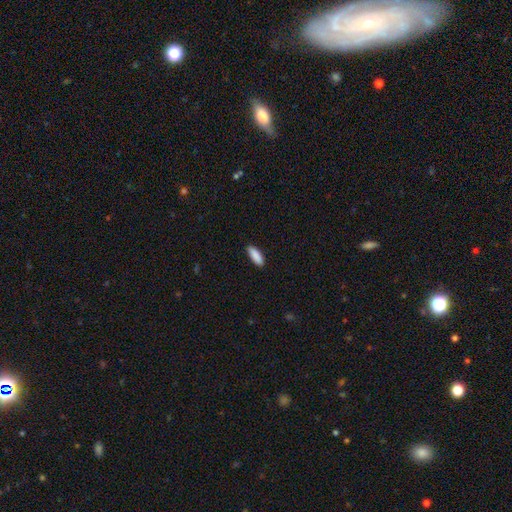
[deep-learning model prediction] This is clearly a smooth galaxy (90%). How rounded: likely in between (61%). Merging: clearly none (89%).